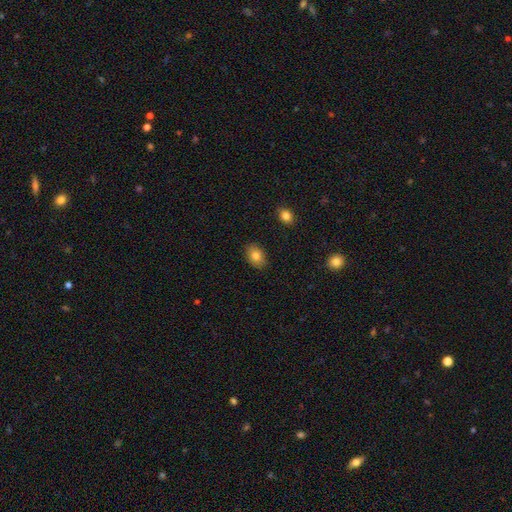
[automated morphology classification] Smooth or featured?
  - smooth: 81% *
  - featured or disk: 10%
  - star or artifact: 9%
How rounded?
  - in between: 78% *
  - round: 21%
  - cigar-shaped: 1%
Merging?
  - none: 87% *
  - minor disturbance: 10%
  - major disturbance: 2%
  - merger: 1%